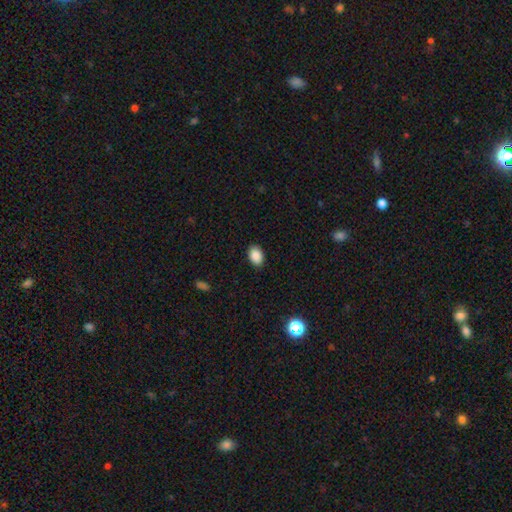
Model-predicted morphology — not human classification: This is clearly a smooth galaxy (89%). How rounded: clearly in between (83%). Merging: clearly none (89%).